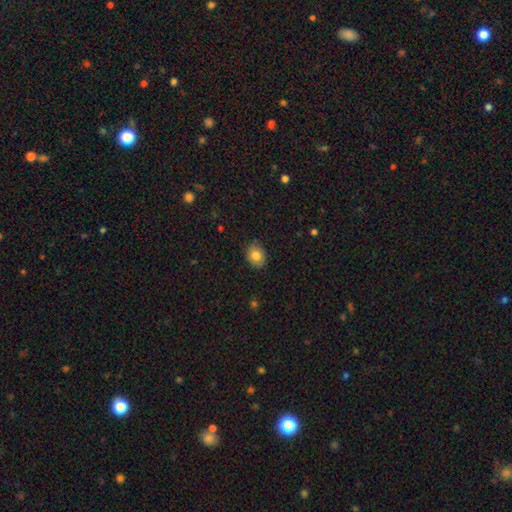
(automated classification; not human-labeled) Q: Smooth or featured?
A: smooth (82%); runner-up: featured or disk (10%)
Q: How rounded?
A: in between (57%); runner-up: round (42%)
Q: Merging?
A: none (86%); runner-up: minor disturbance (11%)